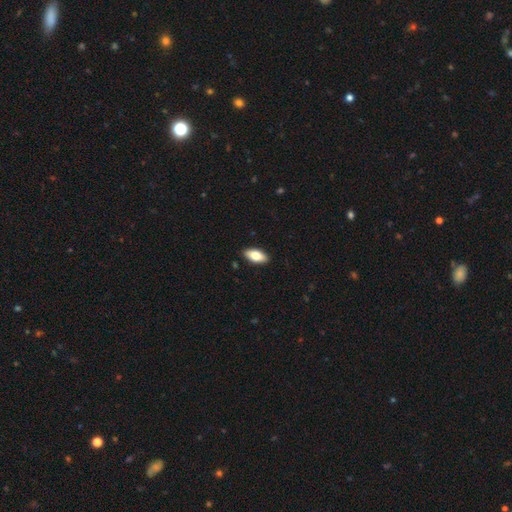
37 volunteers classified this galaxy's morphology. Smooth or featured?
  - smooth: 84% *
  - featured or disk: 14%
  - star or artifact: 3%
How rounded?
  - in between: 87% *
  - cigar-shaped: 10%
  - round: 3%
Merging?
  - none: 86% *
  - minor disturbance: 14%
  - major disturbance: 0%
  - merger: 0%